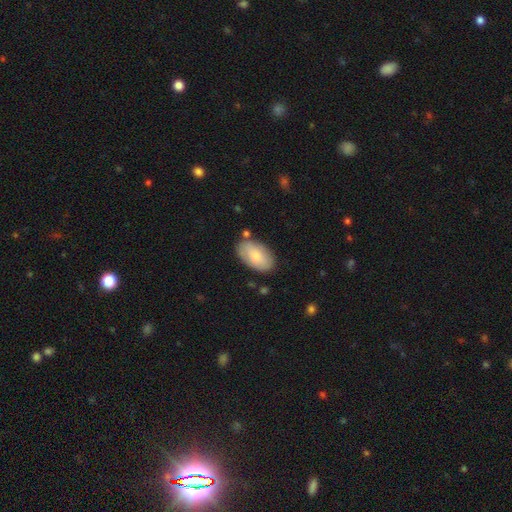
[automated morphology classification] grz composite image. It shows a smooth galaxy with no disk features (78%) that is in between round and cigar-shaped (95%). Merging: none (76%).